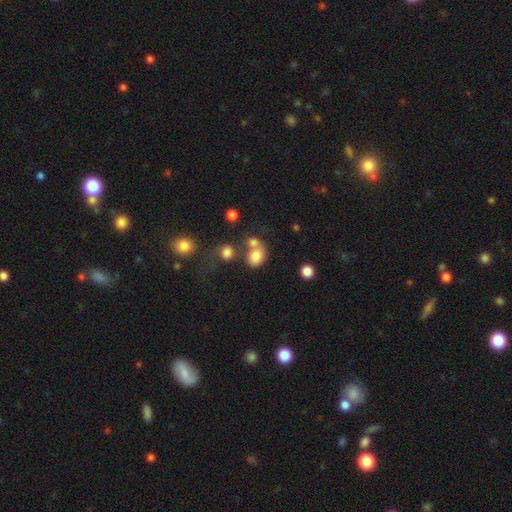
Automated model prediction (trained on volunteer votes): This appears to be a smooth galaxy with no disk features (78%) that is round (52%). Merging: merger (40%, tied with none).